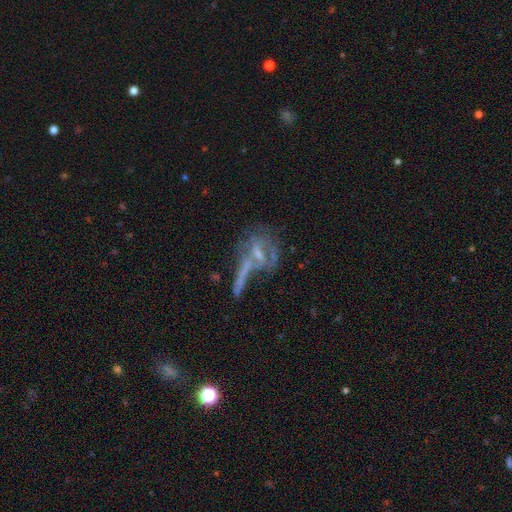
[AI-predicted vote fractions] This appears to be a featured or disk galaxy (62%) with no bar (52%), no spiral arms (59%) and a small central bulge (41%). Merging: merger (36%).